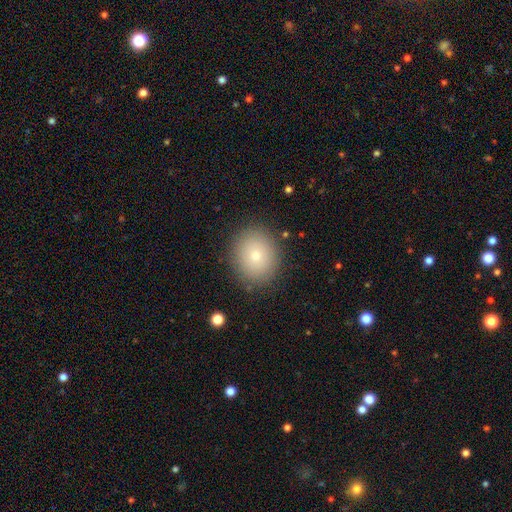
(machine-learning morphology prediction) Overall: smooth (76%). How rounded: round (63%; in between 36%). Merging: none (87%).